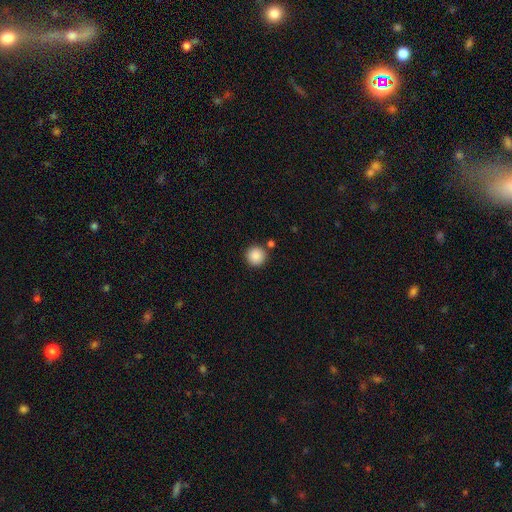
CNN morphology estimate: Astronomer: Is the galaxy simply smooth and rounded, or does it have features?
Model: smooth — 88%.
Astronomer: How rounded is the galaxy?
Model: round — 96%.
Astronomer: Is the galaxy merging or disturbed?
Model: none — 86%.